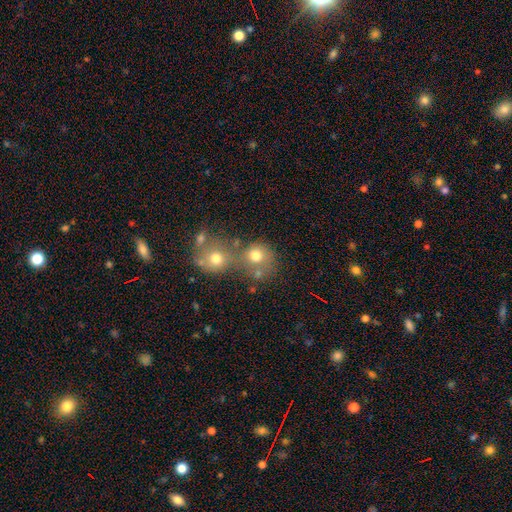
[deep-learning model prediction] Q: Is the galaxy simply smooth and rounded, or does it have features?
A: smooth — 73%.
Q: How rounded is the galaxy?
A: round — 82%.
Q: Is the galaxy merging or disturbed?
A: merger — 48%.